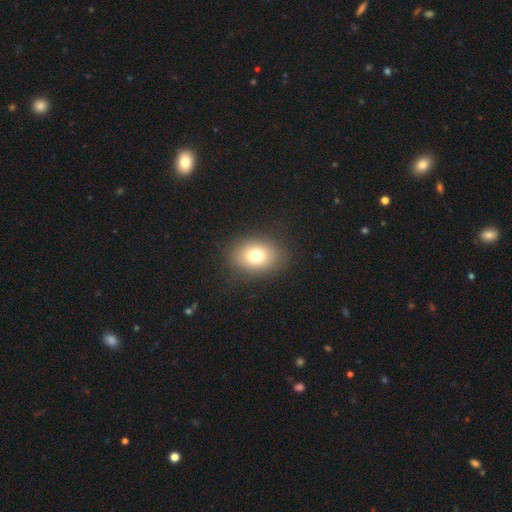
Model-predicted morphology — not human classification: Q: Smooth or featured?
A: smooth (76%); runner-up: featured or disk (12%)
Q: How rounded?
A: in between (68%); runner-up: round (31%)
Q: Merging?
A: none (86%); runner-up: minor disturbance (9%)